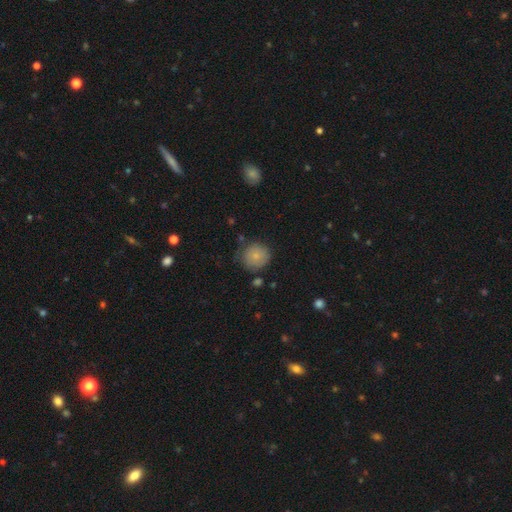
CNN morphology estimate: Smooth or featured? smooth (81%)
How rounded? round (90%)
Merging? none (70%)